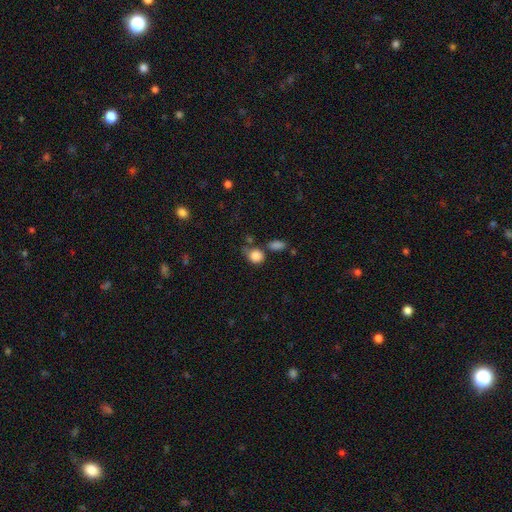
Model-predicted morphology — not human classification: Smooth or featured: smooth — 84% (star or artifact — 10%)
How rounded: round — 75% (in between — 23%)
Merging: none — 53% (minor disturbance — 21%)